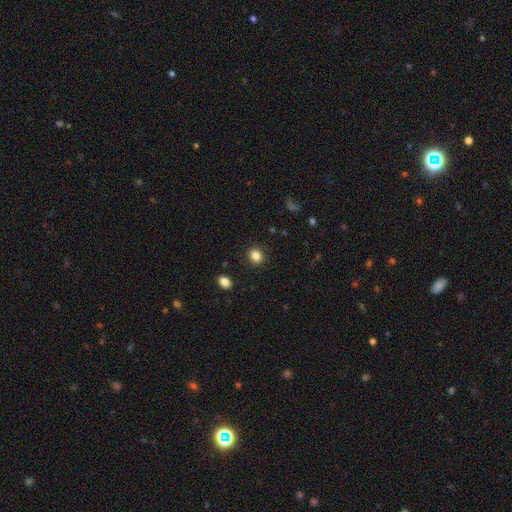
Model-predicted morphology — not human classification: Q: Smooth or featured?
A: smooth (85%); runner-up: star or artifact (11%)
Q: How rounded?
A: round (67%); runner-up: in between (32%)
Q: Merging?
A: none (90%); runner-up: minor disturbance (7%)